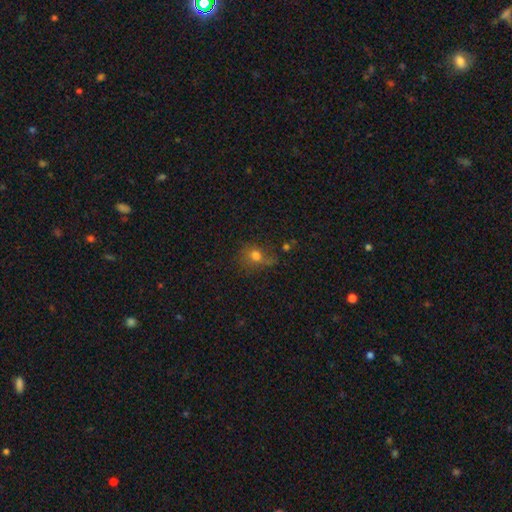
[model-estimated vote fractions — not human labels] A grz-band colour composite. It shows a smooth galaxy with no disk features (68%) that is round (69%). Merging: none (47%).